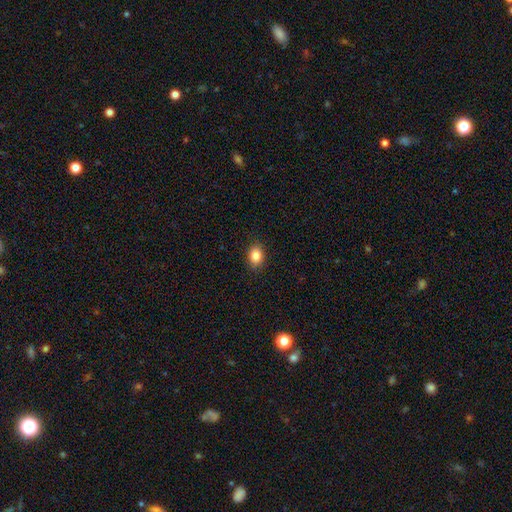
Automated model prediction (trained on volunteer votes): A smooth galaxy with no disk features (86%) that is in between round and cigar-shaped (70%).

Vote fractions:
- Smooth or featured? smooth: 86% / star or artifact: 9% / featured or disk: 5%
- How rounded? in between: 70% / round: 28% / cigar-shaped: 1%
- Merging? none: 89% / minor disturbance: 8% / major disturbance: 2% / merger: 1%